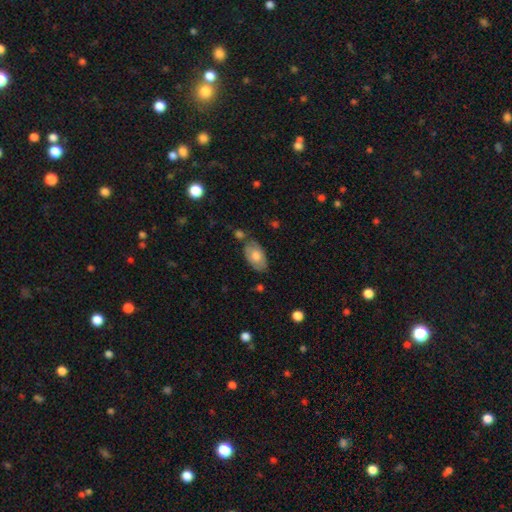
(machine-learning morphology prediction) Smooth or featured? smooth (65%)
How rounded? in between (93%)
Merging? none (68%)